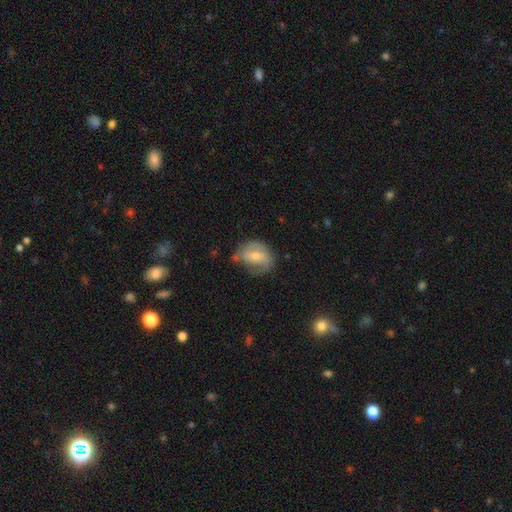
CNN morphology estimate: Smooth or featured?
  - featured or disk: 59% *
  - smooth: 34%
  - star or artifact: 7%
Edge-on disk?
  - no: 97% *
  - yes: 3%
Bar?
  - weak: 47% *
  - no: 34%
  - strong: 19%
Spiral arms?
  - yes: 81% *
  - no: 19%
Bulge size?
  - moderate: 46% * (tied)
  - small: 46% * (tied)
  - none: 4%
  - large: 3%
  - dominant: 1%
Merging?
  - none: 53% *
  - minor disturbance: 29%
  - major disturbance: 15%
  - merger: 4%